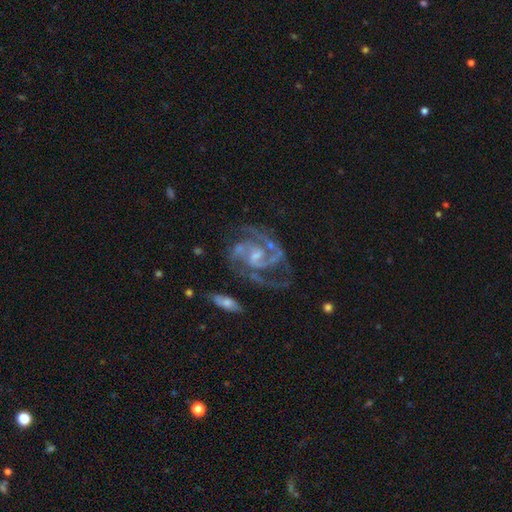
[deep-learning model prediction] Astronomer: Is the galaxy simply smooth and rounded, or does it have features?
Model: featured or disk — 91%.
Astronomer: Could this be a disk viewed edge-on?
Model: no — 98%.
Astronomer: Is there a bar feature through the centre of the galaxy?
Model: weak — 48% (runner-up: no, 36%).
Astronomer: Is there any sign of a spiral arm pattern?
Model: yes — 97%.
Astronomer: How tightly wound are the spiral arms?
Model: medium — 55% (runner-up: tight, 33%).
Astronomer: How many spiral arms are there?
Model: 2 — 68%.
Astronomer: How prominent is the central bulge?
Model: small — 55%.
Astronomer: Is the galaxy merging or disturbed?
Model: none — 58%.